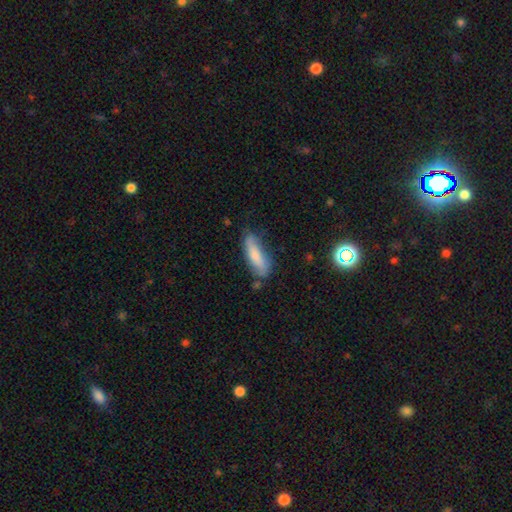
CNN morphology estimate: smooth-or-featured: smooth: 74% | featured or disk: 20% | star or artifact: 7%
  how-rounded: cigar-shaped: 51% | in between: 47% | round: 2%
  merging: none: 67% | minor disturbance: 24% | major disturbance: 6% | merger: 4%